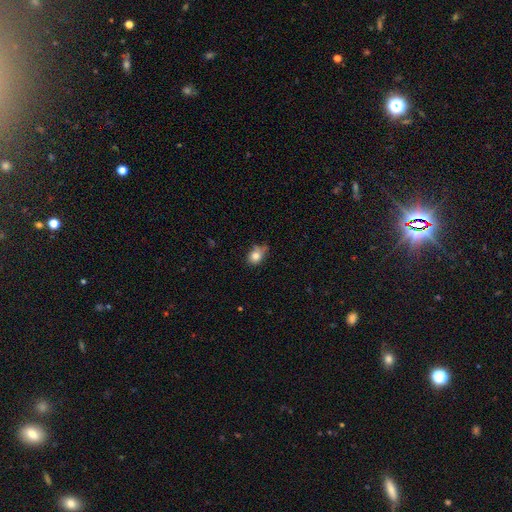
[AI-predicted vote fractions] smooth 81%, star or artifact 10%, featured or disk 9%. Down the decision tree: how rounded — in between (57%); merging — none (50%).